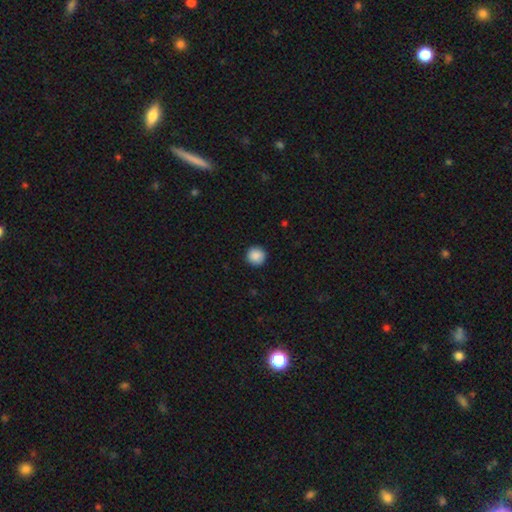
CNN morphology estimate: smooth-or-featured: smooth: 89% | star or artifact: 8% | featured or disk: 3%
  how-rounded: round: 95% | in between: 4% | cigar-shaped: 1%
  merging: none: 92% | minor disturbance: 5% | major disturbance: 2% | merger: 1%